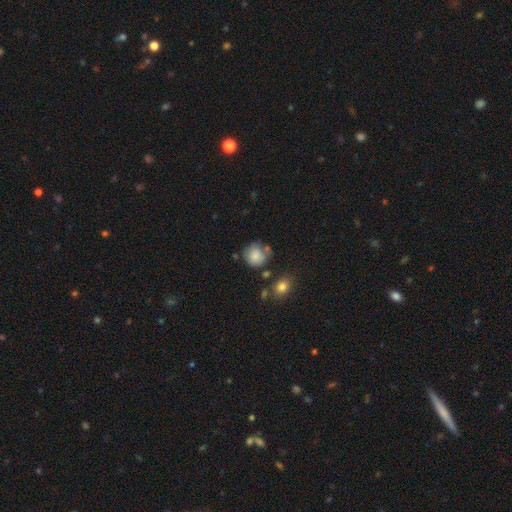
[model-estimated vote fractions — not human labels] Morphology: type=smooth (77%); roundness=round (86%); merging=none (57%).